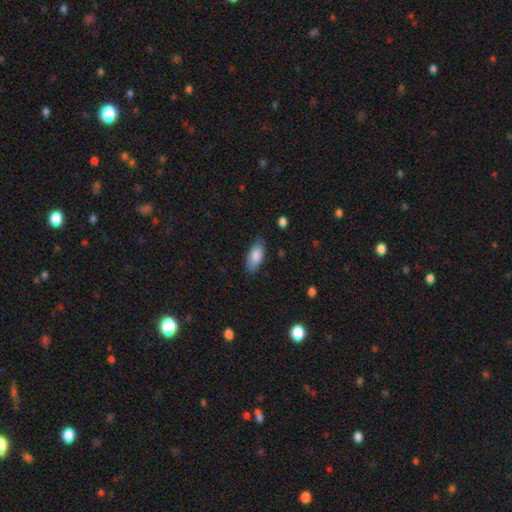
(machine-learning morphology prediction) type=smooth (86%); roundness=in between (90%); merging=none (79%).